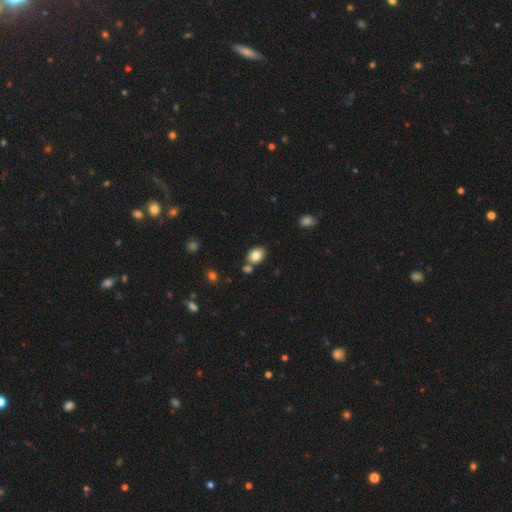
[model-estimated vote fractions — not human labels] smooth-or-featured: smooth: 82% | star or artifact: 9% | featured or disk: 9%
  how-rounded: in between: 70% | round: 29% | cigar-shaped: 1%
  merging: none: 70% | merger: 15% | minor disturbance: 12% | major disturbance: 3%